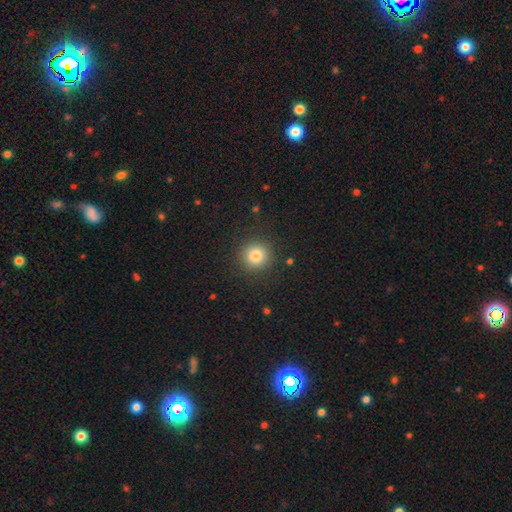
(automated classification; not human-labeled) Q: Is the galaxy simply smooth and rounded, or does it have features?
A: smooth — 81%.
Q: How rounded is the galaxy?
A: round — 94%.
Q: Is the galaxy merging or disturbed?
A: none — 90%.